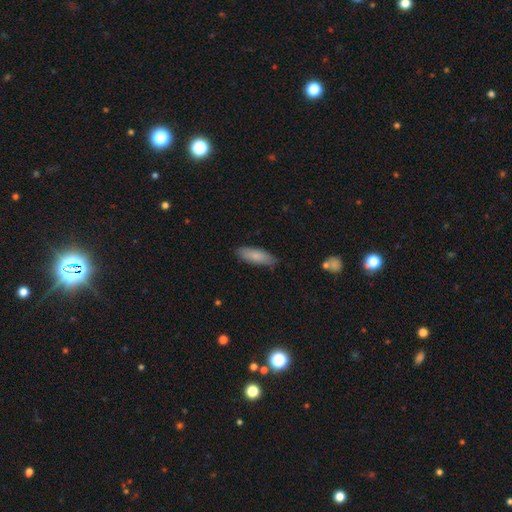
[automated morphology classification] type=smooth (82%); roundness=in between (61%); merging=none (83%).